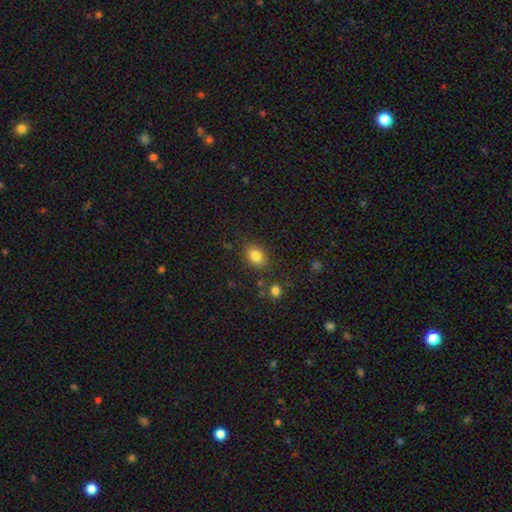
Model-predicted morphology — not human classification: type=smooth (83%); roundness=in between (75%); merging=none (82%).